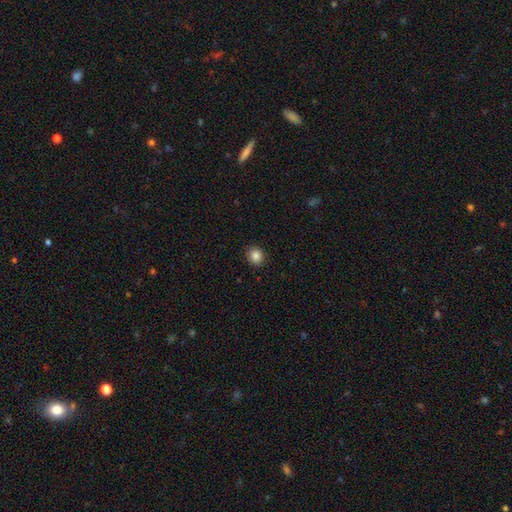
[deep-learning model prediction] This appears to be a smooth galaxy with no disk features (85%) that is round (83%). Merging: none (91%).